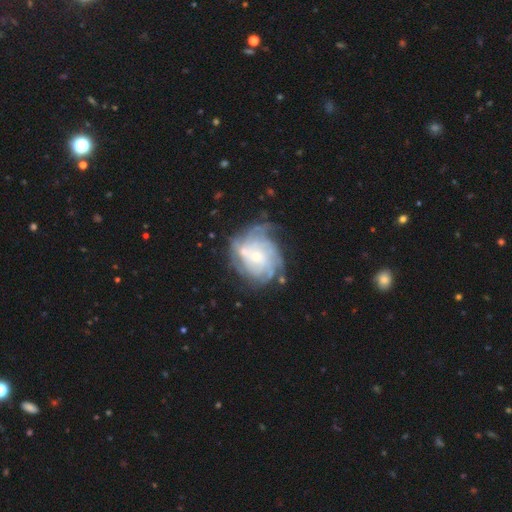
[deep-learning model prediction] This appears to be a featured or disk galaxy (80%) with no bar (73%), tight (63%) spiral arms (89%) and a small central bulge (68%). Merging: none (59%).